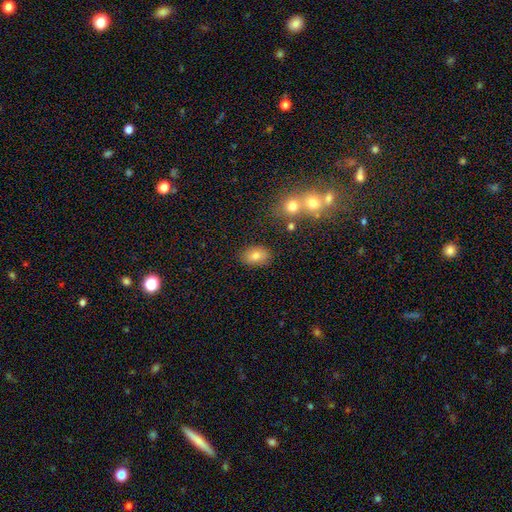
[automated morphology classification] A smooth galaxy with no disk features (79%) that is in between round and cigar-shaped (83%). Merging: none (82%).